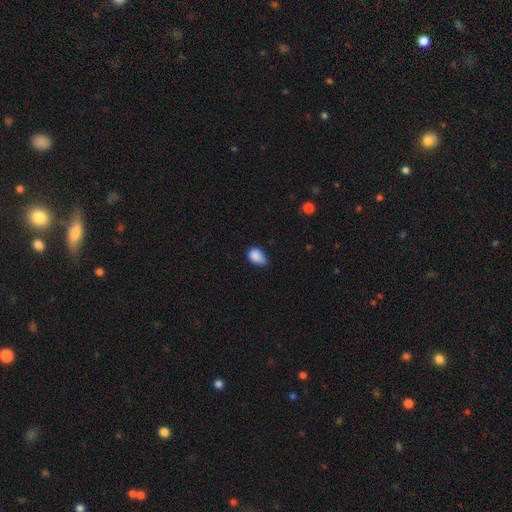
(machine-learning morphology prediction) smooth_or_featured: smooth (p=0.86) [alt: star or artifact p=0.09]
how_rounded: in between (p=0.83) [alt: round p=0.16]
merging: minor disturbance (p=0.48) [alt: none p=0.40]